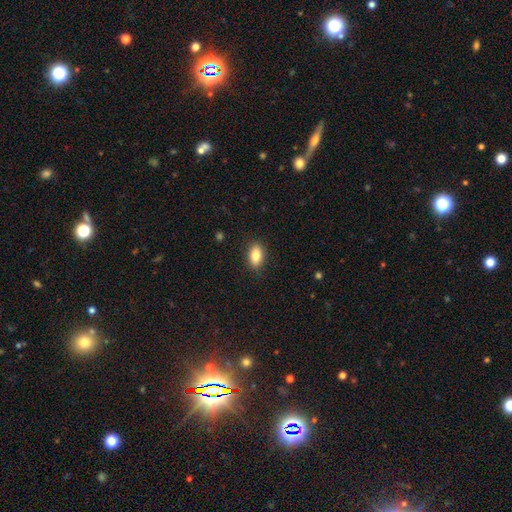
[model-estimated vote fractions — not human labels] Smooth or featured?
  - smooth: 83% *
  - featured or disk: 9%
  - star or artifact: 8%
How rounded?
  - in between: 88% *
  - round: 8%
  - cigar-shaped: 4%
Merging?
  - none: 88% *
  - minor disturbance: 9%
  - major disturbance: 2%
  - merger: 1%